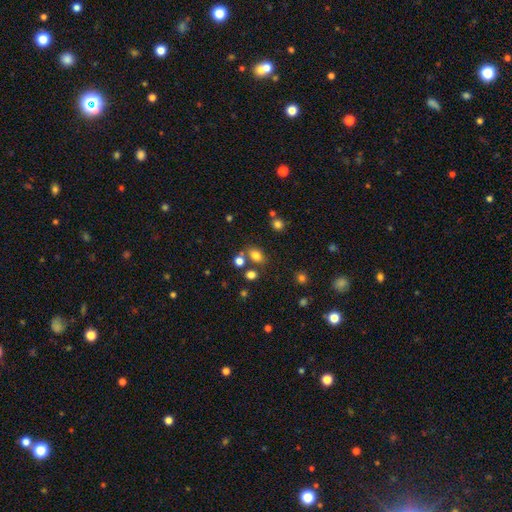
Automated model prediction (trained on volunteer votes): smooth 77%, star or artifact 15%, featured or disk 8%. Down the decision tree: how rounded — in between (68%); merging — none (67%).